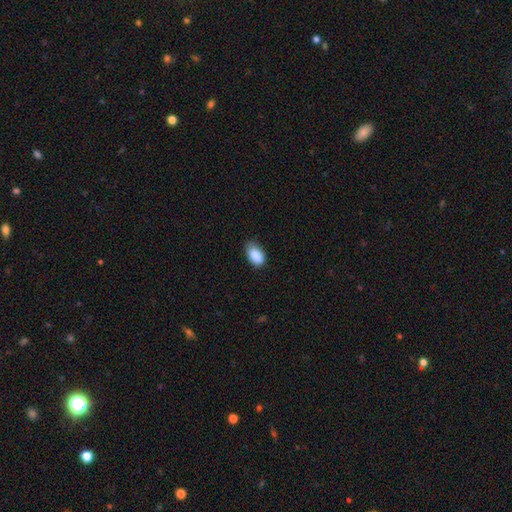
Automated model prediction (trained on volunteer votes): This is clearly a smooth galaxy (89%). How rounded: clearly in between (93%). Merging: likely none (74%).